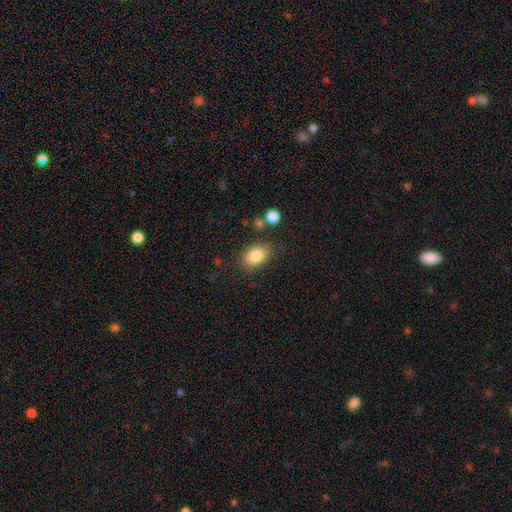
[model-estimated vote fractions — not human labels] Smooth or featured? smooth (83%)
How rounded? in between (81%)
Merging? none (77%)